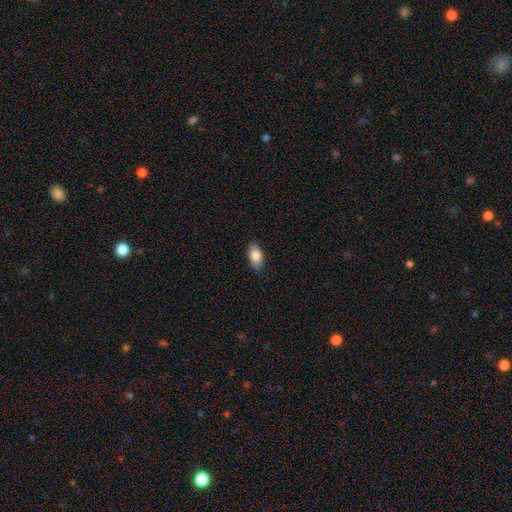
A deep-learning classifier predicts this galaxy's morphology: Smooth or featured?
  - smooth: 83% *
  - featured or disk: 10%
  - star or artifact: 7%
How rounded?
  - in between: 92% *
  - round: 4%
  - cigar-shaped: 4%
Merging?
  - none: 87% *
  - minor disturbance: 10%
  - major disturbance: 2%
  - merger: 1%